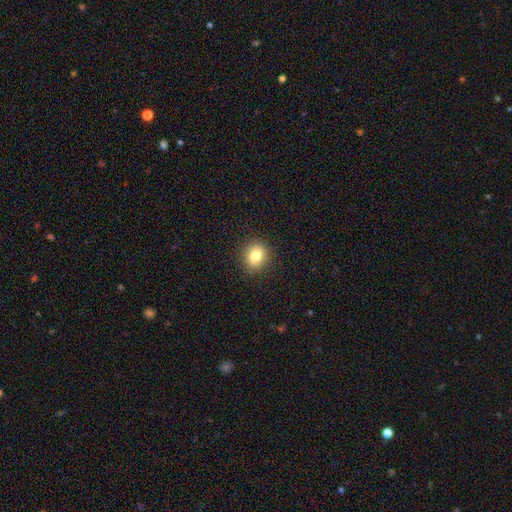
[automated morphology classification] Smooth or featured? Predicted: smooth (p=0.80). How rounded? Predicted: round (p=0.74). Merging? Predicted: none (p=0.90).